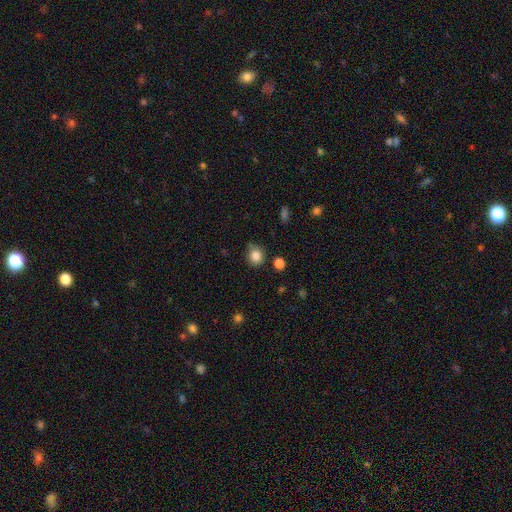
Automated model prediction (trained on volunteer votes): A smooth galaxy with no disk features (84%) that is round (80%).

Vote fractions:
- Smooth or featured? smooth: 84% / star or artifact: 11% / featured or disk: 5%
- How rounded? round: 80% / in between: 19% / cigar-shaped: 1%
- Merging? none: 74% / minor disturbance: 18% / merger: 4% / major disturbance: 4%